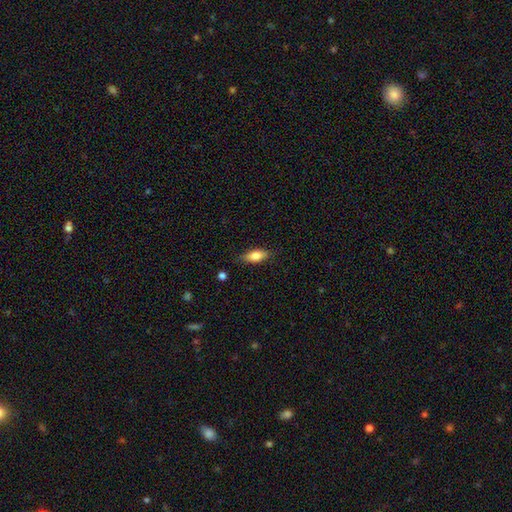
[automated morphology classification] The model was most divided on "smooth or featured": smooth: 77%, featured or disk: 16%, star or artifact: 7%. More confident: how rounded — in between (79%); merging — none (79%).